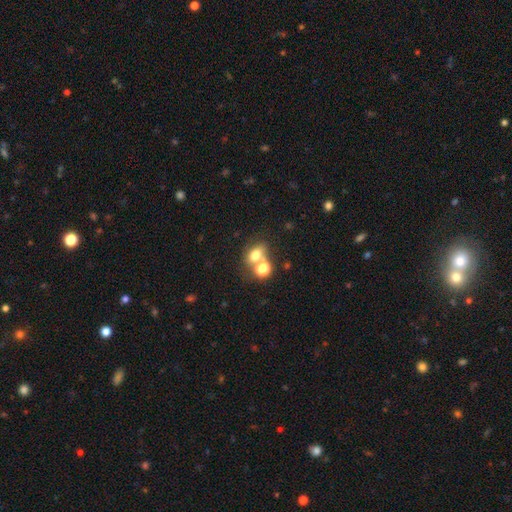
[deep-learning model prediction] smooth-or-featured: smooth: 70% | star or artifact: 16% | featured or disk: 14%
  how-rounded: in between: 56% | round: 42% | cigar-shaped: 2%
  merging: none: 43% | merger: 41% | minor disturbance: 10% | major disturbance: 6%